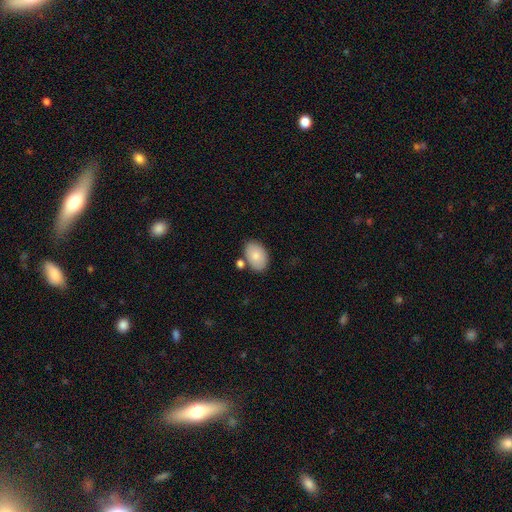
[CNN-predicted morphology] A smooth galaxy with no disk features (83%) that is in between round and cigar-shaped (90%). Merging: none (76%).